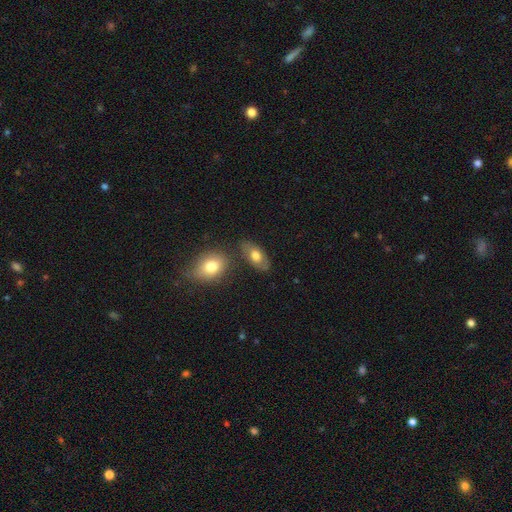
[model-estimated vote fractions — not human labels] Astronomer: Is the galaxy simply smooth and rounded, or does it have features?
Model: smooth — 68%.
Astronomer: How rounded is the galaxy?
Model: in between — 91%.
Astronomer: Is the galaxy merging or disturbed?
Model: none — 70%.